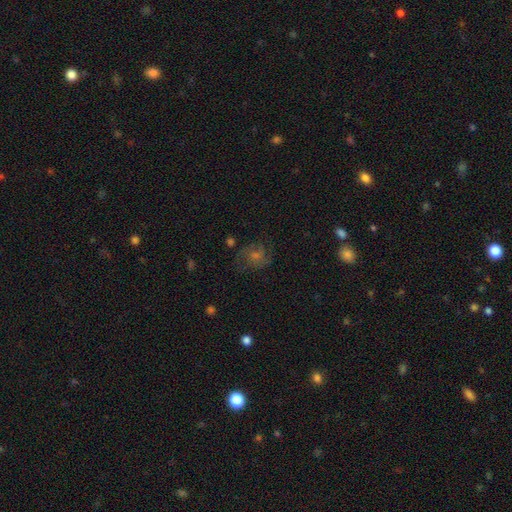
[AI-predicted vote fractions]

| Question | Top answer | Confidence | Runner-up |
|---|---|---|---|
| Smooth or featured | featured or disk | 52% | smooth (26%) |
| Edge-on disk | no | 97% | yes (3%) |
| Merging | none | 72% | minor disturbance (16%) |